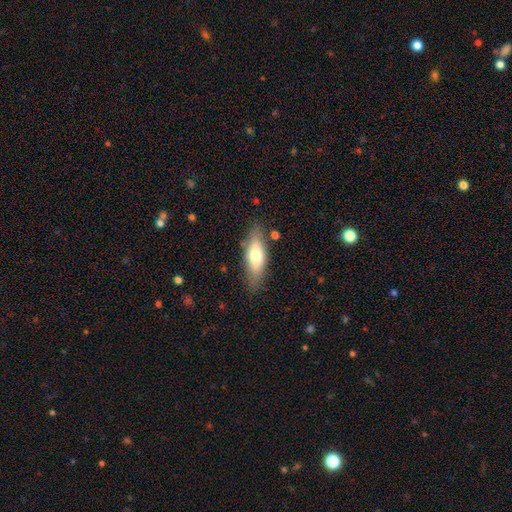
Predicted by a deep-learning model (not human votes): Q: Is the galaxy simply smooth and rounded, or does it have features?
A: smooth — 66%.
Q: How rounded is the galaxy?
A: in between — 65%.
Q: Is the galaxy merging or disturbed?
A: none — 79%.